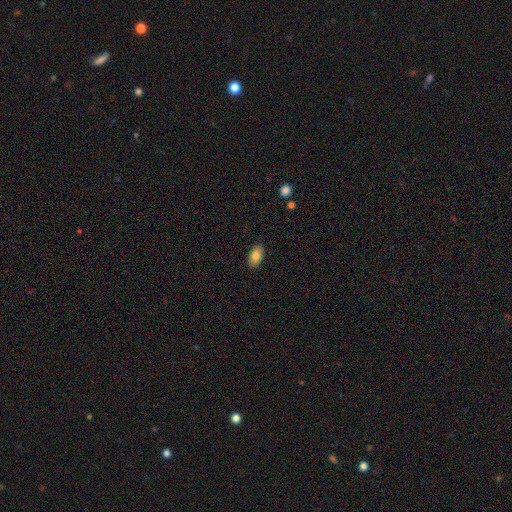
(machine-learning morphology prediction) This appears to be a smooth galaxy with no disk features (81%) that is in between round and cigar-shaped (93%). Merging: none (88%).